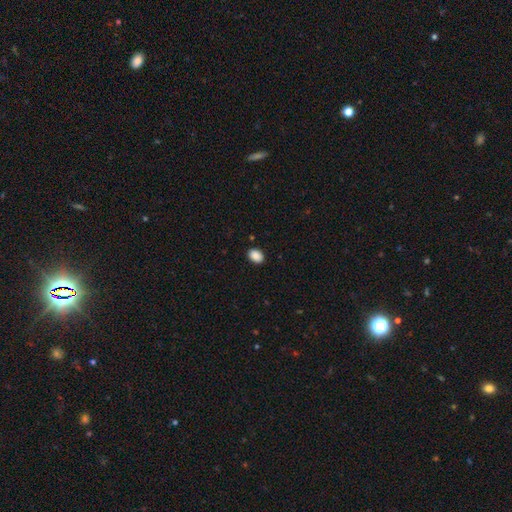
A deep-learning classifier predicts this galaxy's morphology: This appears to be a smooth galaxy with no disk features (89%) that is in between round and cigar-shaped (74%). Merging: none (89%).